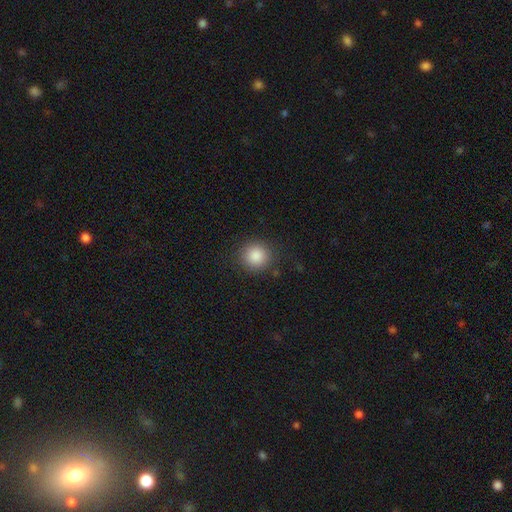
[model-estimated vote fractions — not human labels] A smooth galaxy with no disk features (87%) that is round (94%).

Vote fractions:
- Smooth or featured? smooth: 87% / star or artifact: 9% / featured or disk: 4%
- How rounded? round: 94% / in between: 5% / cigar-shaped: 1%
- Merging? none: 88% / minor disturbance: 8% / major disturbance: 3% / merger: 1%